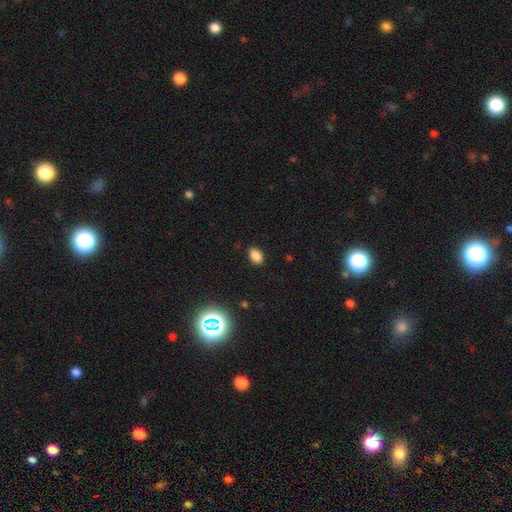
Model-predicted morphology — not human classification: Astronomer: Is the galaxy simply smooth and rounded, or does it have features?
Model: smooth — 83%.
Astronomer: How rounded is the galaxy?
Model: in between — 87%.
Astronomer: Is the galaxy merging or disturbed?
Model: none — 87%.